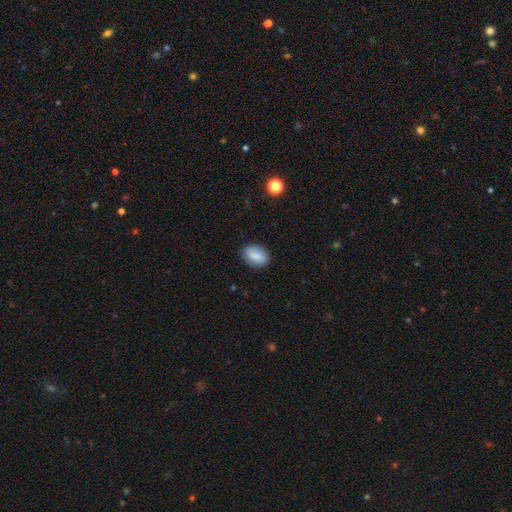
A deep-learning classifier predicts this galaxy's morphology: A smooth galaxy with no disk features (82%) that is in between round and cigar-shaped (80%). Merging: none (83%).